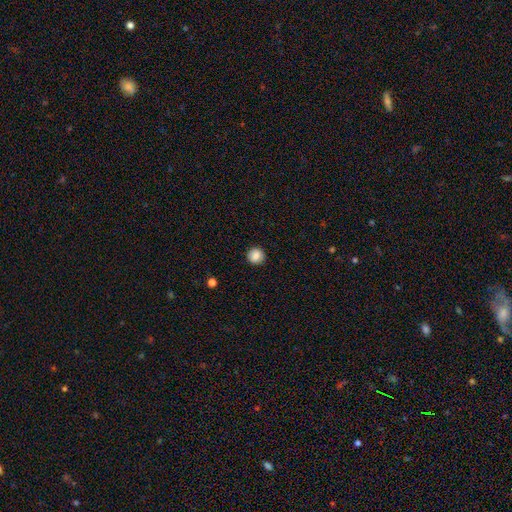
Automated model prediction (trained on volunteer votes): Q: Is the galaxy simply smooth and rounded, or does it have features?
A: smooth — 86%.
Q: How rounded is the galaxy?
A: round — 92%.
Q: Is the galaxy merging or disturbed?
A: none — 91%.